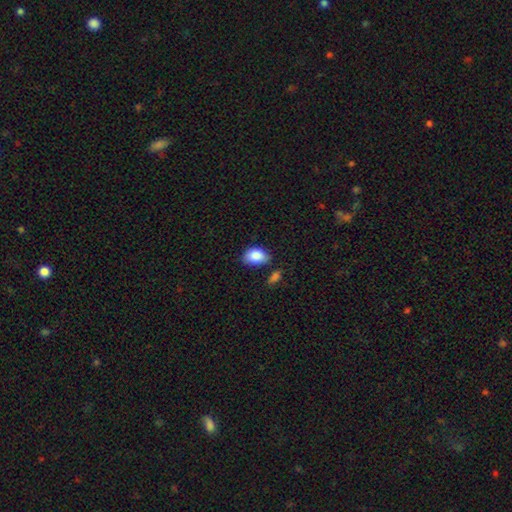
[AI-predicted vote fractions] Smooth or featured? Predicted: smooth (p=0.87). How rounded? Predicted: in between (p=0.86). Merging? Predicted: none (p=0.58).